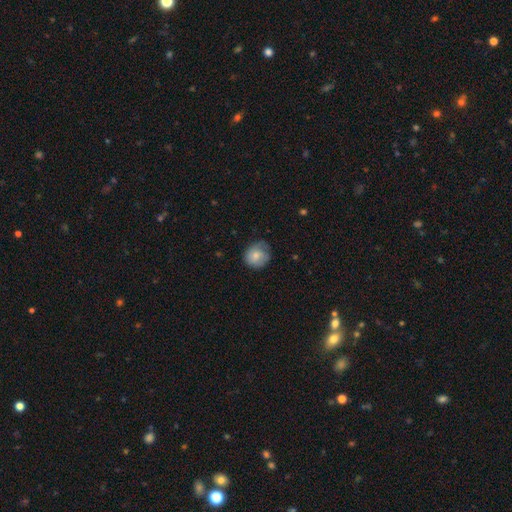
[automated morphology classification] Smooth or featured: smooth — 72% (featured or disk — 20%)
How rounded: round — 79% (in between — 20%)
Merging: none — 60% (minor disturbance — 29%)